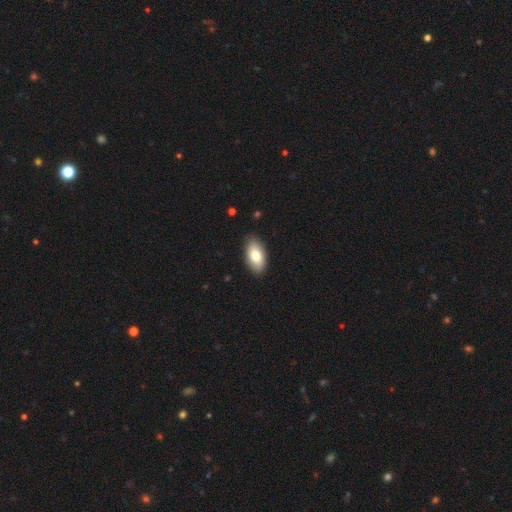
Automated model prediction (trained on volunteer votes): This appears to be a smooth galaxy with no disk features (78%) that is in between round and cigar-shaped (94%). Merging: none (88%).